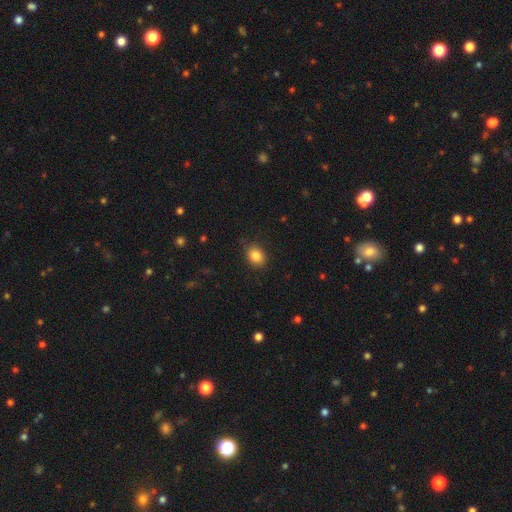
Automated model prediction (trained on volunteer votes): Q: Smooth or featured?
A: smooth (85%); runner-up: star or artifact (9%)
Q: How rounded?
A: in between (60%); runner-up: round (39%)
Q: Merging?
A: none (80%); runner-up: minor disturbance (15%)